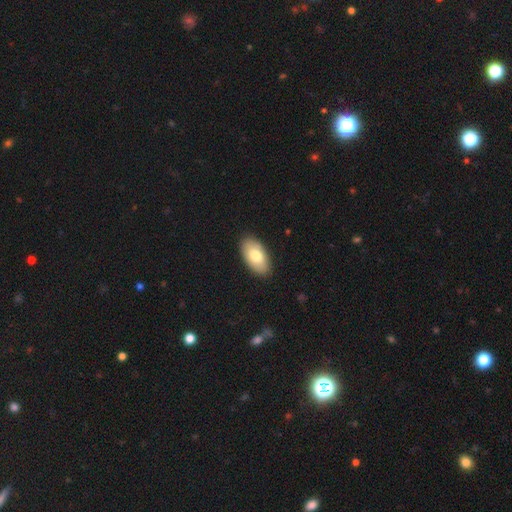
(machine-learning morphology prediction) A smooth galaxy with no disk features (75%) that is in between round and cigar-shaped (95%). Merging: none (88%).